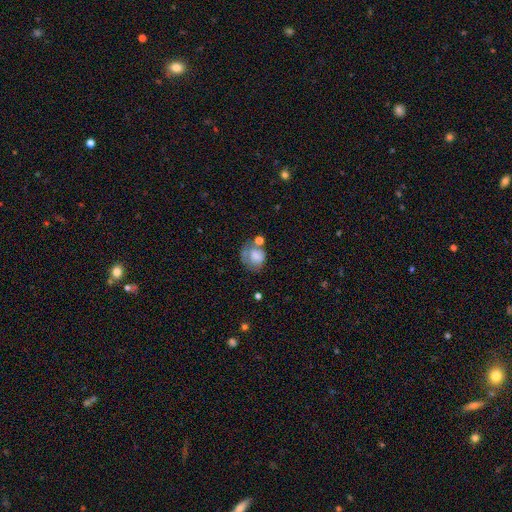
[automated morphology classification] This appears to be a smooth galaxy with no disk features (67%) that is round (57%). Merging: none (34%).